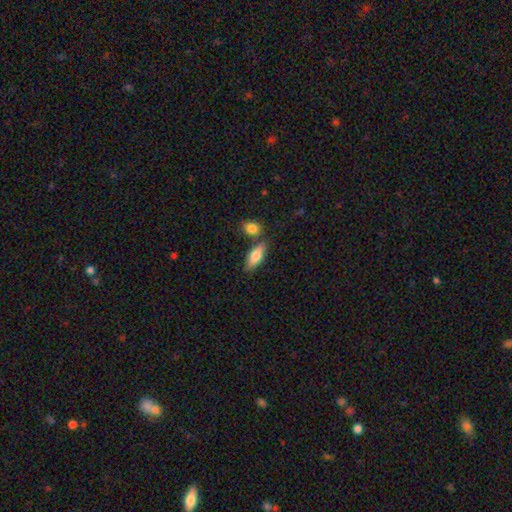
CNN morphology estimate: Smooth or featured: smooth — 75% (featured or disk — 19%)
How rounded: in between — 75% (cigar-shaped — 22%)
Merging: none — 68% (merger — 16%)